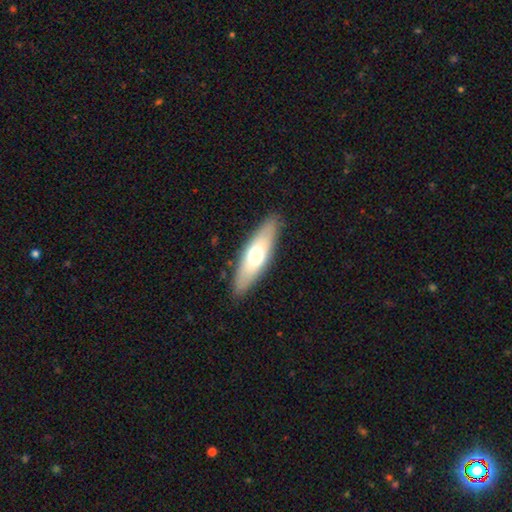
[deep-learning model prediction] Smooth or featured? Predicted: smooth (p=0.58). How rounded? Predicted: cigar-shaped (p=0.50). Merging? Predicted: none (p=0.87).